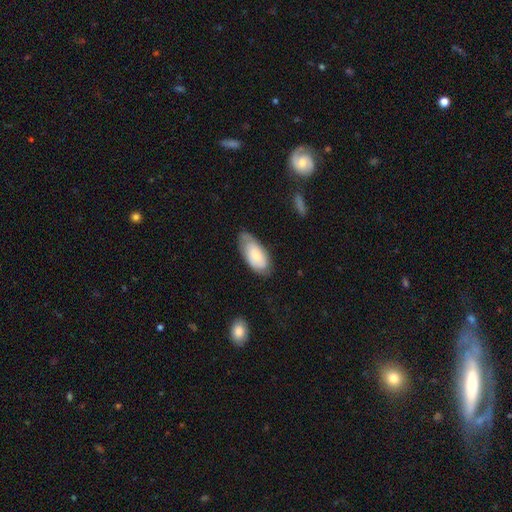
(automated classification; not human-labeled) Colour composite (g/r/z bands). It shows a smooth galaxy with no disk features (63%) that is in between round and cigar-shaped (92%). Merging: none (62%).